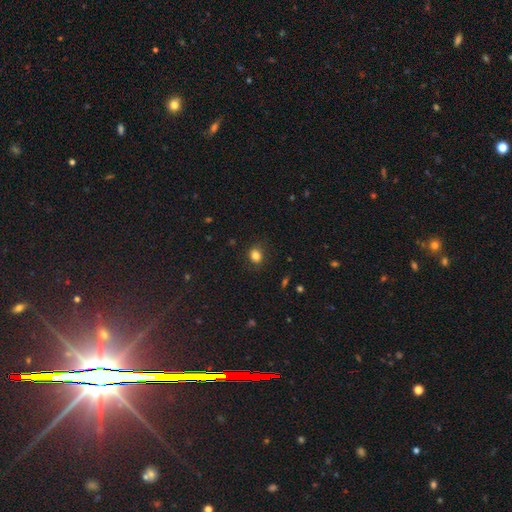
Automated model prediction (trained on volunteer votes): smooth 83%, star or artifact 12%, featured or disk 6%. Down the decision tree: how rounded — round (60%); merging — none (82%).